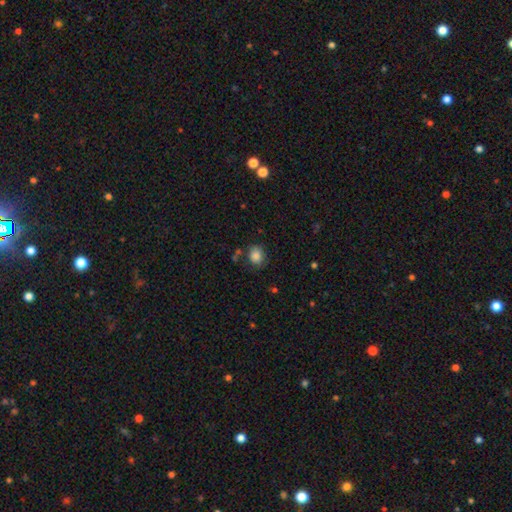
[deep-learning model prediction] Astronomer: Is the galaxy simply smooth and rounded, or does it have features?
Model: smooth — 85%.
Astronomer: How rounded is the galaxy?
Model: round — 61% (runner-up: in between, 38%).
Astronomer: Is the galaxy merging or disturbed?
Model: none — 77%.